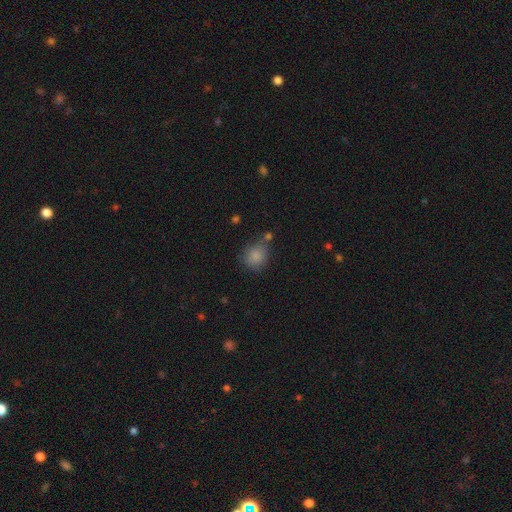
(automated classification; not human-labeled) This is clearly a smooth galaxy (84%). How rounded: likely round (72%). Merging: likely none (61%).